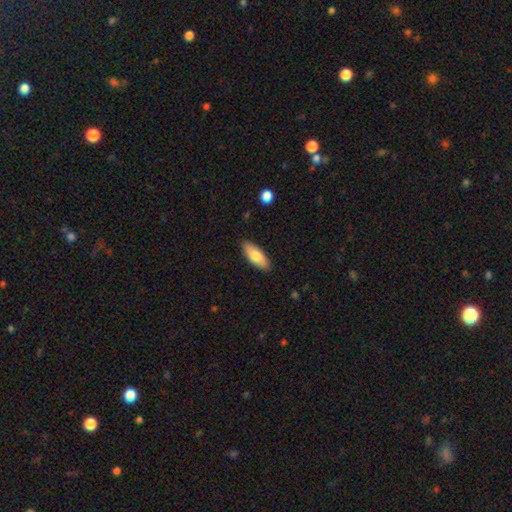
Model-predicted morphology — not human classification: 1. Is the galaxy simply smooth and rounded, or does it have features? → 78% smooth, 16% featured or disk, 6% star or artifact.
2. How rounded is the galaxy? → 76% in between, 22% cigar-shaped, 2% round.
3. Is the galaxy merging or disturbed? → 88% none, 9% minor disturbance, 2% major disturbance, 1% merger.